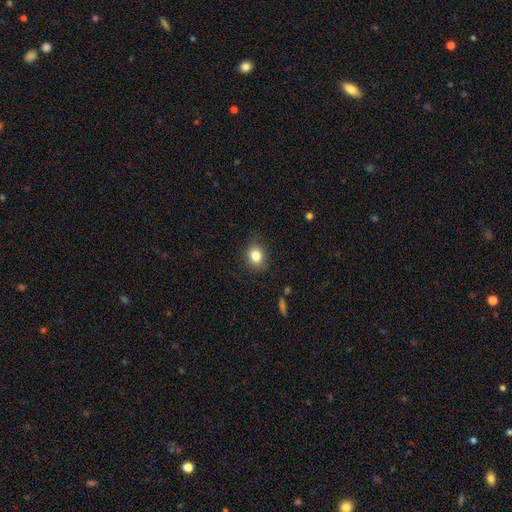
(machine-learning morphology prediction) type=smooth (83%); roundness=round (53%); merging=none (82%).